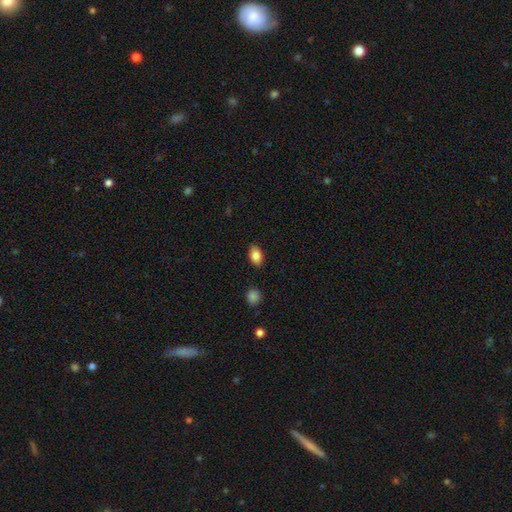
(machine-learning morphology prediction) Smooth or featured? smooth (85%)
How rounded? in between (87%)
Merging? none (87%)